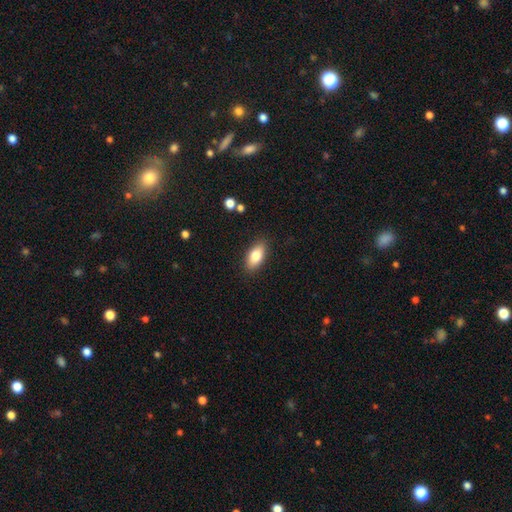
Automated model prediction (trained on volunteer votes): smooth_or_featured: smooth (p=0.81) [alt: featured or disk p=0.12]
how_rounded: in between (p=0.88) [alt: cigar-shaped p=0.09]
merging: none (p=0.87) [alt: minor disturbance p=0.09]